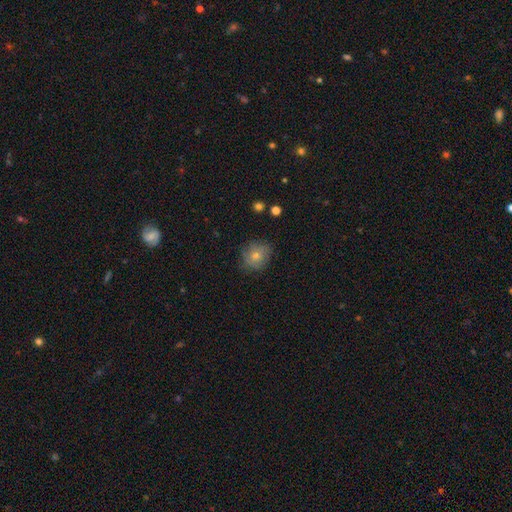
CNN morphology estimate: smooth-or-featured: smooth: 63% | featured or disk: 21% | star or artifact: 16%
  how-rounded: round: 68% | in between: 31% | cigar-shaped: 1%
  merging: none: 81% | minor disturbance: 14% | major disturbance: 4% | merger: 1%